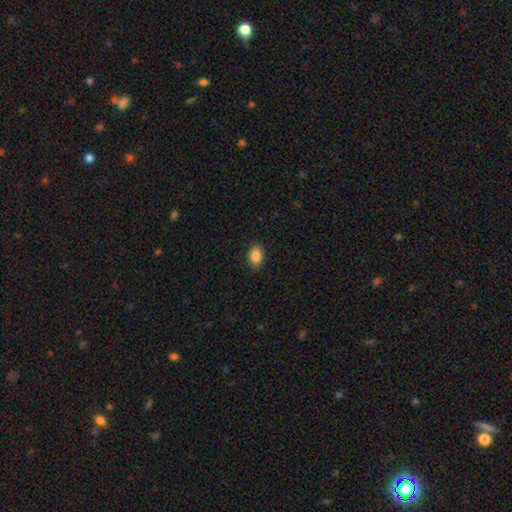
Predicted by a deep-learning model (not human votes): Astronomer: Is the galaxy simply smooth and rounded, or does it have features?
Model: smooth — 88%.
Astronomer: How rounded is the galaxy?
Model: in between — 81%.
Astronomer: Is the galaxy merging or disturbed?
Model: none — 88%.